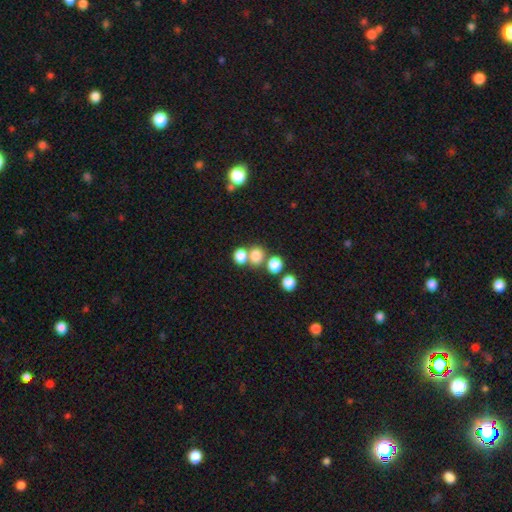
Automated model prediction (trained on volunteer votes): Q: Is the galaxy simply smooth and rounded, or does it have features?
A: smooth — 78%.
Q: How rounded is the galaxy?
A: round — 71%.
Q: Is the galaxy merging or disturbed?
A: none — 49%.